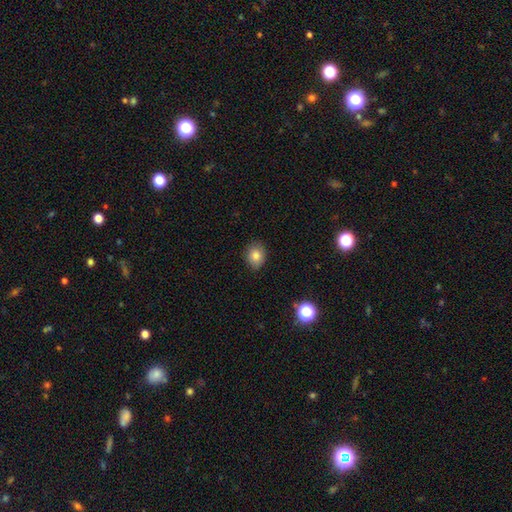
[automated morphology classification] Smooth or featured?
  - smooth: 81% *
  - star or artifact: 10%
  - featured or disk: 8%
How rounded?
  - in between: 50% *
  - round: 49%
  - cigar-shaped: 1%
Merging?
  - none: 86% *
  - minor disturbance: 10%
  - major disturbance: 2%
  - merger: 1%